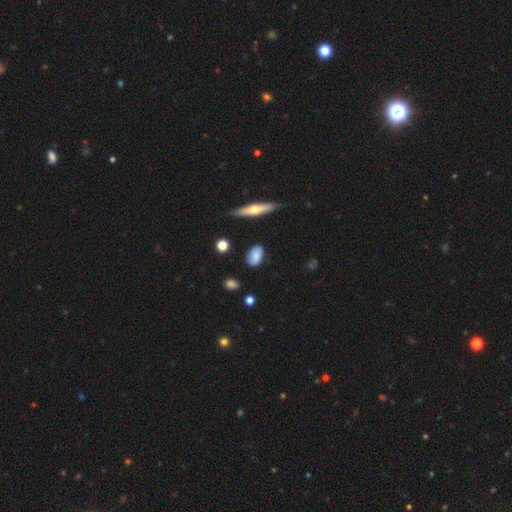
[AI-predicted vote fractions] Q: Smooth or featured?
A: smooth (78%); runner-up: featured or disk (14%)
Q: How rounded?
A: in between (86%); runner-up: round (10%)
Q: Merging?
A: none (80%); runner-up: minor disturbance (15%)